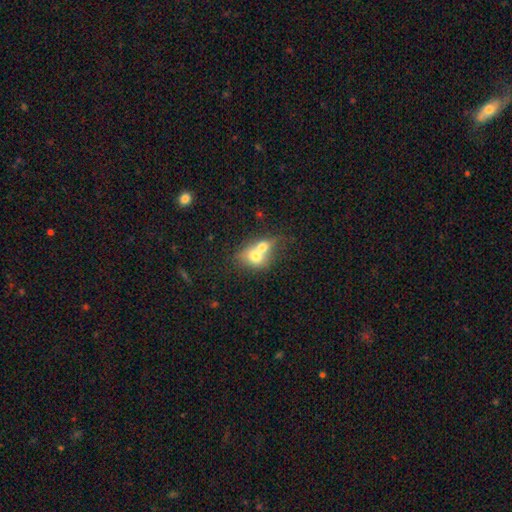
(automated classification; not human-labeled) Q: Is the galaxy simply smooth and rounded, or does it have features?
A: smooth — 66%.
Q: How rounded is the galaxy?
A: round — 50%.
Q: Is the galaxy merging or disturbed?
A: merger — 74%.